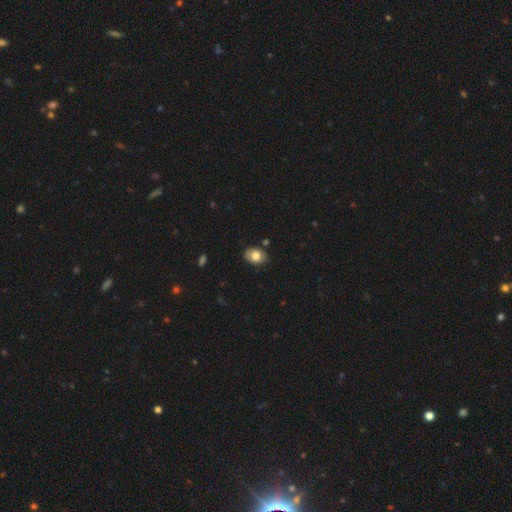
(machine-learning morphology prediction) Overall: smooth (77%). How rounded: in between (76%). Merging: none (81%).